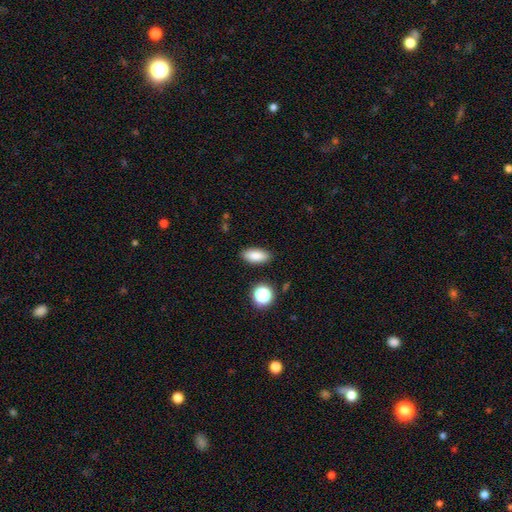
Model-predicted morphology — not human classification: Smooth or featured? smooth (85%)
How rounded? in between (83%)
Merging? none (88%)